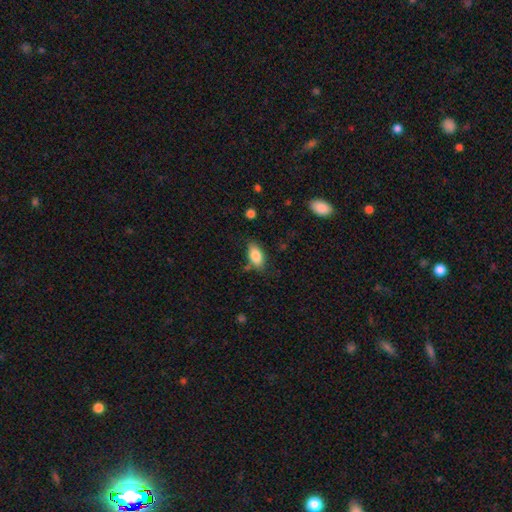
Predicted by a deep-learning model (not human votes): Morphology: type=smooth (83%); roundness=in between (90%); merging=none (75%).